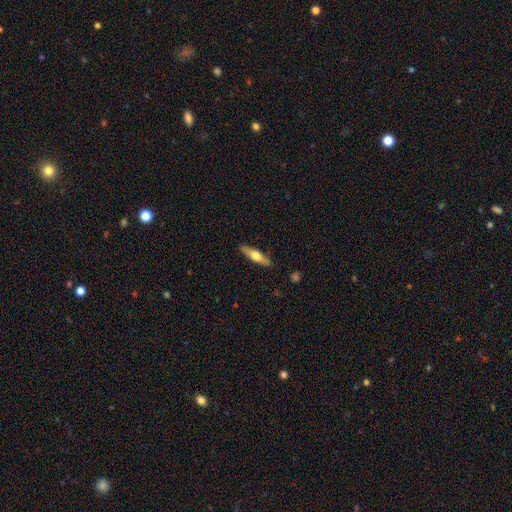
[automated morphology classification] featured or disk 48%, smooth 46%, star or artifact 5%. Down the decision tree: merging — none (88%).